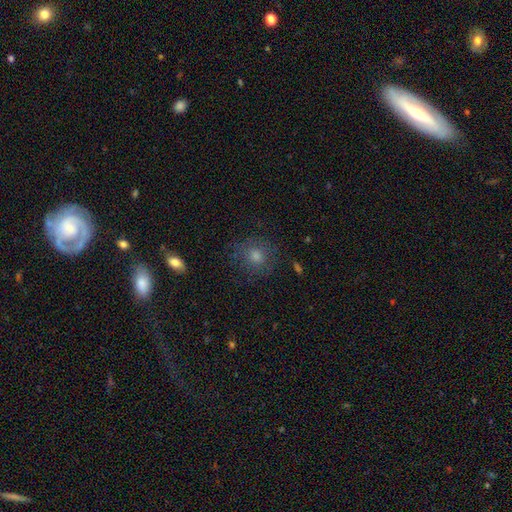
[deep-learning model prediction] Smooth or featured?
  - smooth: 57% *
  - star or artifact: 23%
  - featured or disk: 19%
How rounded?
  - round: 86% *
  - in between: 13%
  - cigar-shaped: 1%
Merging?
  - none: 80% *
  - minor disturbance: 13%
  - major disturbance: 6%
  - merger: 2%